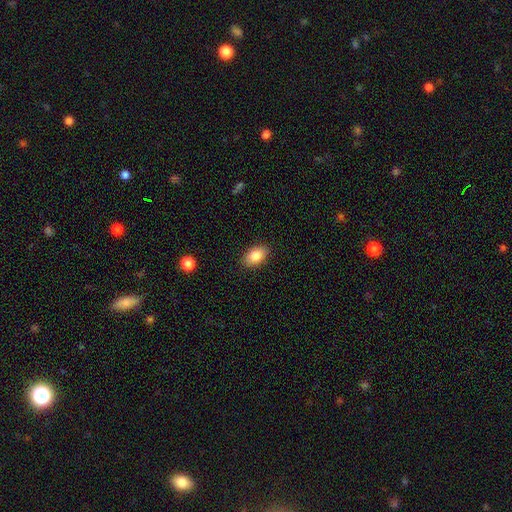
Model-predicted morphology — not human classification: Smooth or featured?
  - smooth: 85% *
  - star or artifact: 7%
  - featured or disk: 7%
How rounded?
  - in between: 91% *
  - round: 7%
  - cigar-shaped: 2%
Merging?
  - none: 88% *
  - minor disturbance: 9%
  - major disturbance: 2%
  - merger: 1%